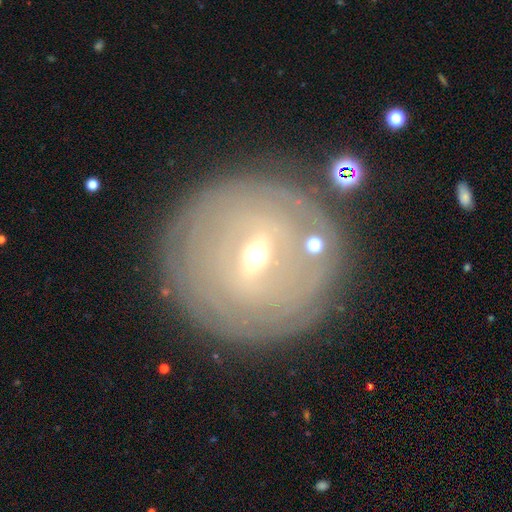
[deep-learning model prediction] featured or disk 69%, smooth 21%, star or artifact 10%. Down the decision tree: edge-on disk — no (91%); bar — weak (54%); spiral arms — yes (65%); bulge size — small (59%); merging — none (84%).